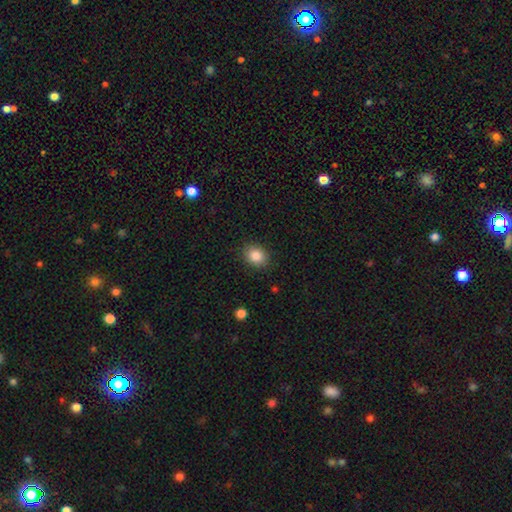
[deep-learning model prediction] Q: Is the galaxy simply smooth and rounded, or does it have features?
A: smooth — 86%.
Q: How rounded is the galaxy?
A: round — 52%.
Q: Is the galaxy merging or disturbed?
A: none — 89%.